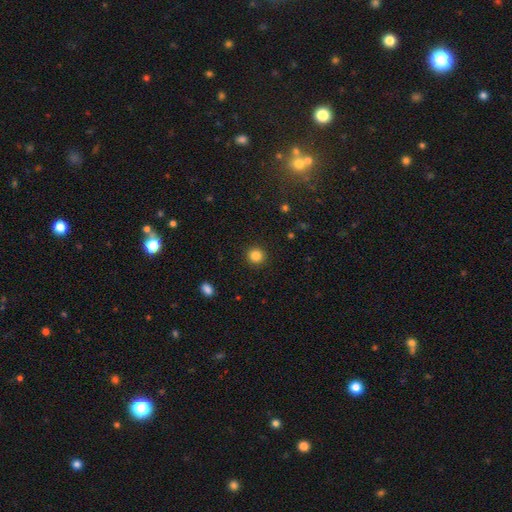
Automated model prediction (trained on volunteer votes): Q: Smooth or featured?
A: smooth (84%); runner-up: star or artifact (11%)
Q: How rounded?
A: round (93%); runner-up: in between (6%)
Q: Merging?
A: none (92%); runner-up: minor disturbance (5%)